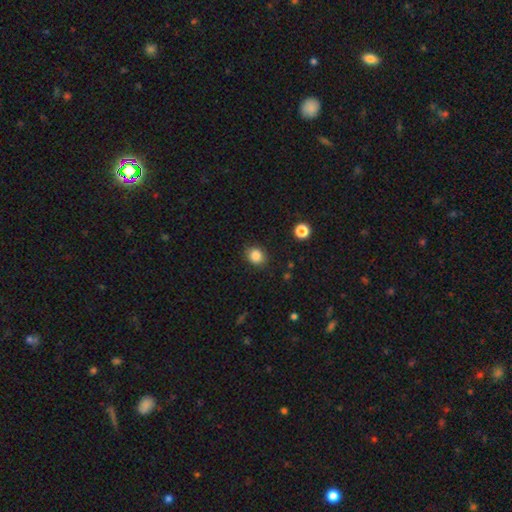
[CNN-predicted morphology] This appears to be a smooth galaxy with no disk features (86%) that is round (68%). Merging: none (84%).